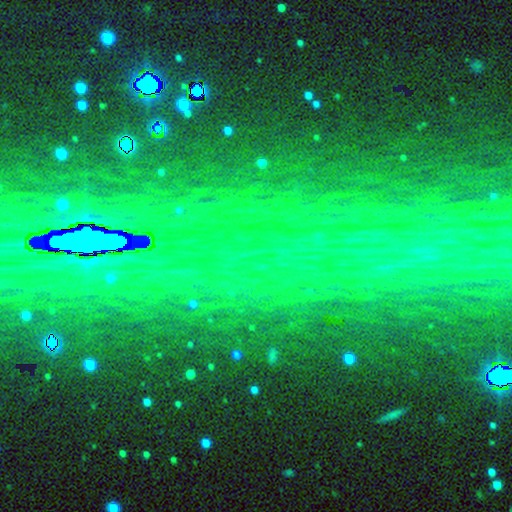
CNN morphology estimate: type=star or artifact (85%).